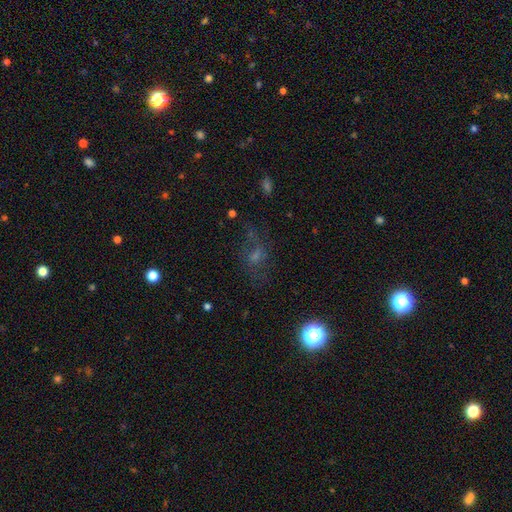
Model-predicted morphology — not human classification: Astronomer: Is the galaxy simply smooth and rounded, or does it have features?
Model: star or artifact — 37% (runner-up: featured or disk, 32%).